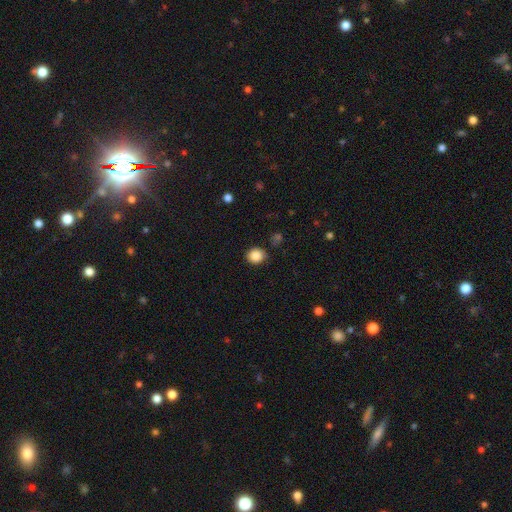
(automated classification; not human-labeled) Morphology: type=smooth (86%); roundness=round (78%); merging=none (86%).